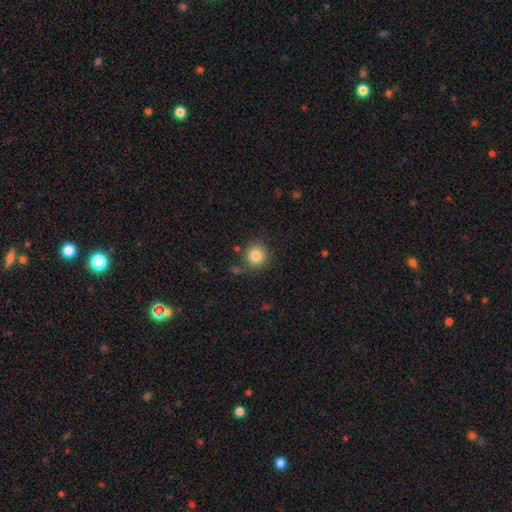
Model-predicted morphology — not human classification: Smooth or featured?
  - smooth: 84% *
  - star or artifact: 10%
  - featured or disk: 6%
How rounded?
  - round: 93% *
  - in between: 6%
  - cigar-shaped: 1%
Merging?
  - none: 81% *
  - minor disturbance: 10%
  - merger: 5%
  - major disturbance: 4%